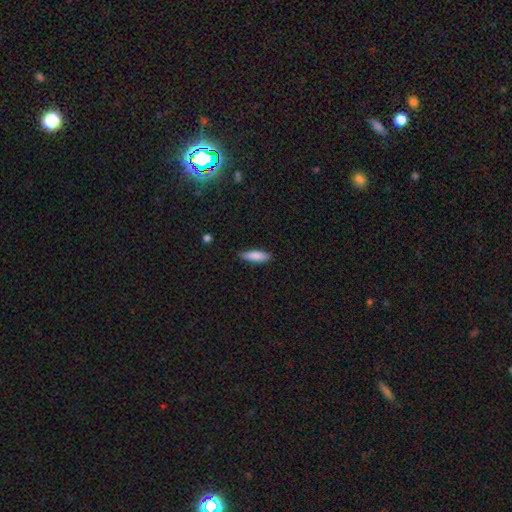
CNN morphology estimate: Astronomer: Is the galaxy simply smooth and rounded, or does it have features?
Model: smooth — 86%.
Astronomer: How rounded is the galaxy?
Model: in between — 50% (runner-up: cigar-shaped, 48%).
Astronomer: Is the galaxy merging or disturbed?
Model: none — 79%.